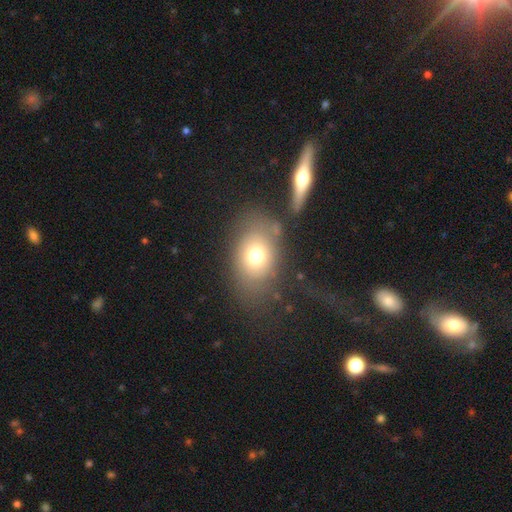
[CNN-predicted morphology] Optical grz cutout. It shows a smooth galaxy with no disk features (70%) that is in between round and cigar-shaped (66%). Merging: none (58%).